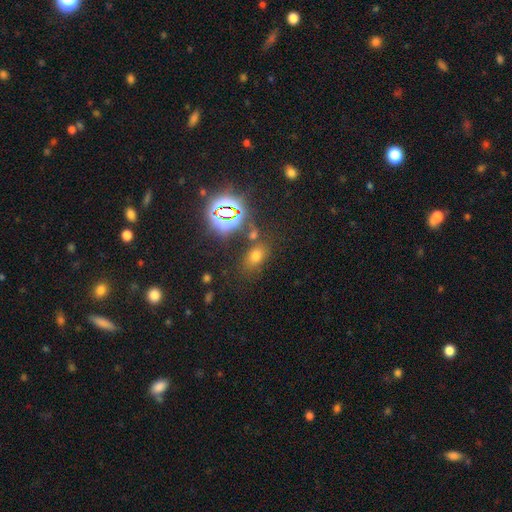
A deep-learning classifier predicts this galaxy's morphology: Smooth or featured? smooth (59%)
How rounded? in between (79%)
Merging? none (69%)